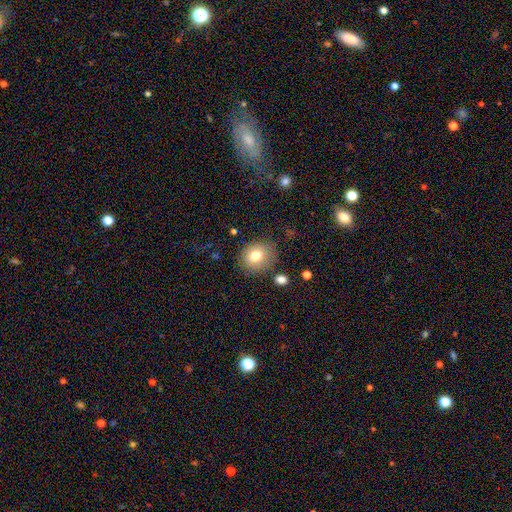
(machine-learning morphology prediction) Overall: smooth (78%). How rounded: round (71%). Merging: none (81%).